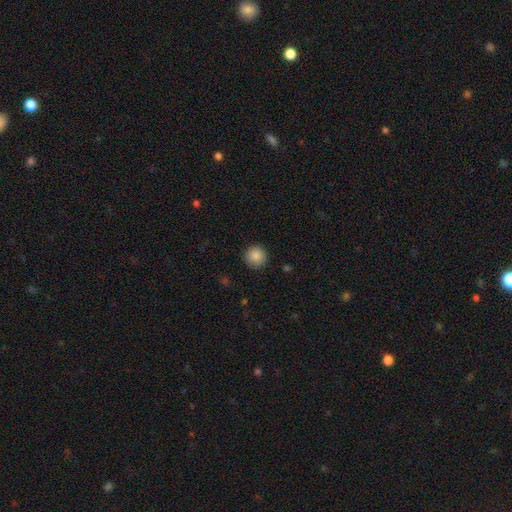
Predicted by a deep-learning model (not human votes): Overall: smooth (88%). How rounded: round (95%). Merging: none (91%).